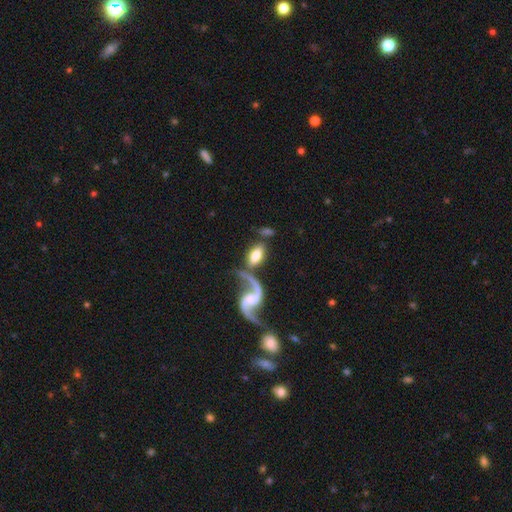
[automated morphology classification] smooth-or-featured: smooth: 52% | featured or disk: 41% | star or artifact: 7%
  how-rounded: in between: 90% | round: 6% | cigar-shaped: 4%
  merging: none: 54% | merger: 24% | minor disturbance: 14% | major disturbance: 8%